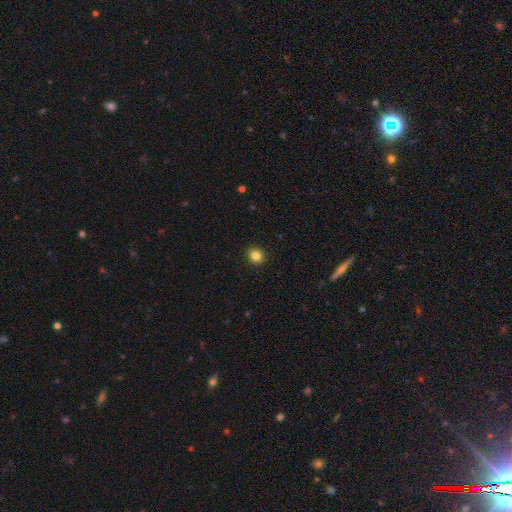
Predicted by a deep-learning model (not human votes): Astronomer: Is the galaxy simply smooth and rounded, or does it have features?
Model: smooth — 84%.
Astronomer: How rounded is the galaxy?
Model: round — 86%.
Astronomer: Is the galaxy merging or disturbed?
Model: none — 92%.